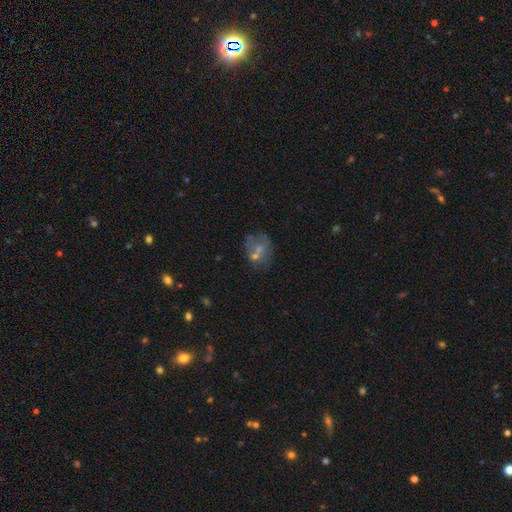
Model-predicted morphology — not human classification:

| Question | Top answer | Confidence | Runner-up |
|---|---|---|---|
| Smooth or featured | smooth | 39% | tied: featured or disk (39%) |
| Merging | none | 47% | merger (24%) |